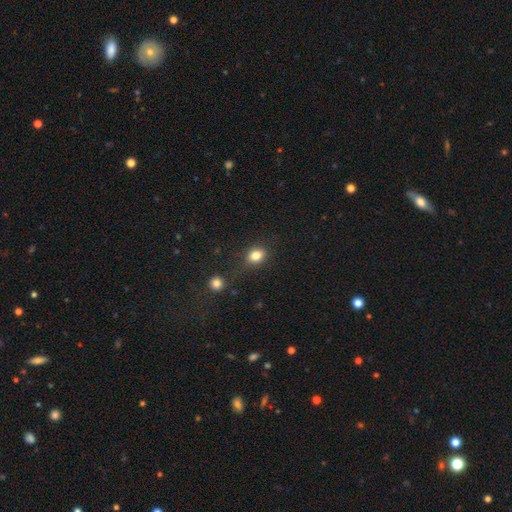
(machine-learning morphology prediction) A smooth galaxy with no disk features (82%) that is round (52%).

Vote fractions:
- Smooth or featured? smooth: 82% / star or artifact: 12% / featured or disk: 6%
- How rounded? round: 52% / in between: 47% / cigar-shaped: 1%
- Merging? none: 78% / minor disturbance: 15% / major disturbance: 4% / merger: 3%